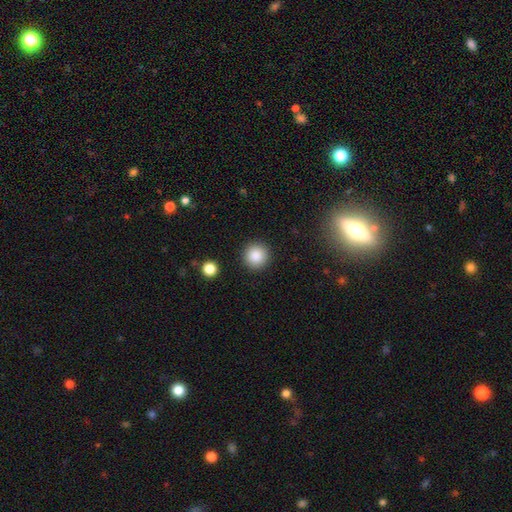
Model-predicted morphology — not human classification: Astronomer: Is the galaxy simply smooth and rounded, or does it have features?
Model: smooth — 87%.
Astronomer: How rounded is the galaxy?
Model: round — 95%.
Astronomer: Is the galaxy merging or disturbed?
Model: none — 91%.